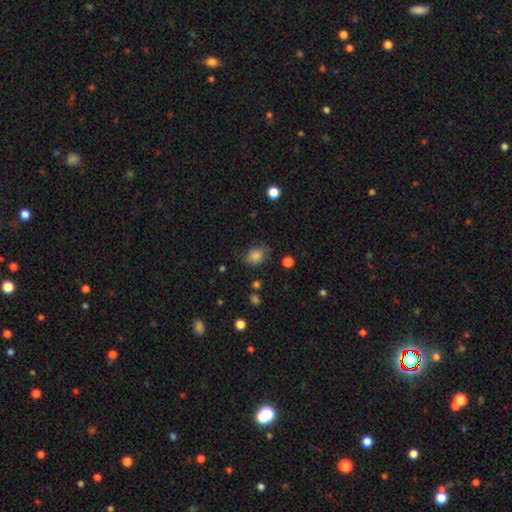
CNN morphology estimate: Smooth or featured?
  - smooth: 78% *
  - star or artifact: 11%
  - featured or disk: 11%
How rounded?
  - round: 53% *
  - in between: 46%
  - cigar-shaped: 1%
Merging?
  - none: 63% *
  - minor disturbance: 26%
  - major disturbance: 9%
  - merger: 2%